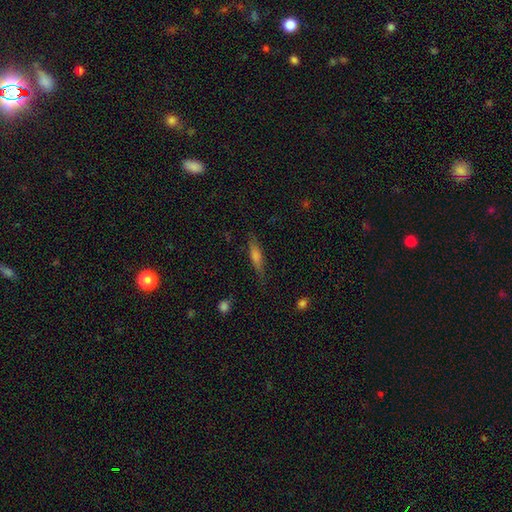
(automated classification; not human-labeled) This appears to be a smooth galaxy with no disk features (49%). Merging: none (83%).